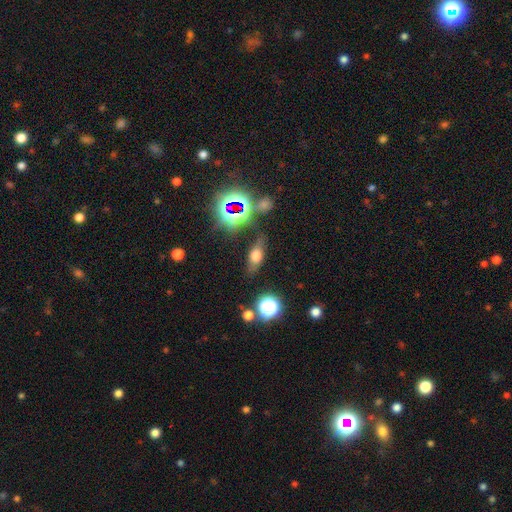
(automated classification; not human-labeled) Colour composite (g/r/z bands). It shows a smooth galaxy with no disk features (55%) that is in between round and cigar-shaped (67%). Merging: none (76%).